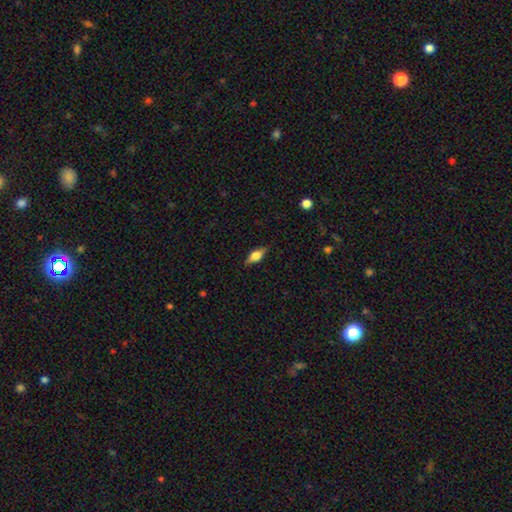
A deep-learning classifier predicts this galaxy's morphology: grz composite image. It shows a smooth galaxy with no disk features (54%) that is in between round and cigar-shaped (71%). Merging: none (85%).